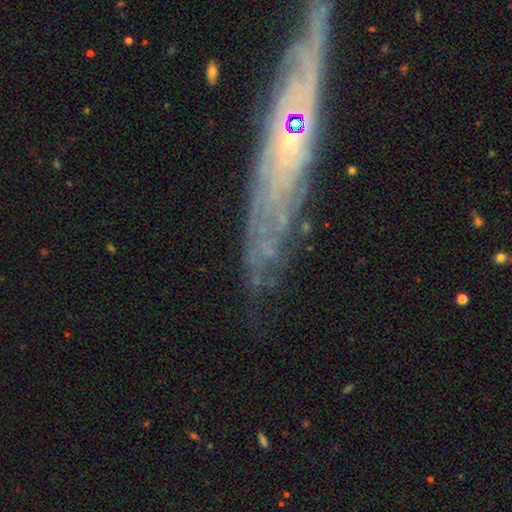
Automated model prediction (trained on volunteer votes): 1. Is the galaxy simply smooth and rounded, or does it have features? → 67% featured or disk, 19% smooth, 14% star or artifact.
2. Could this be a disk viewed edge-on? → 58% no, 42% yes.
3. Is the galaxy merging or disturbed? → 75% none, 16% minor disturbance, 6% major disturbance, 3% merger.